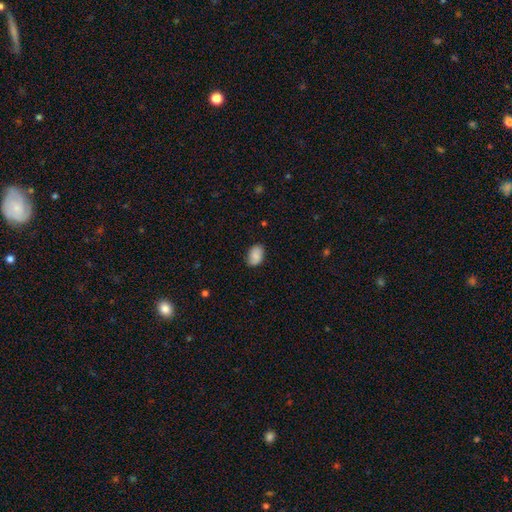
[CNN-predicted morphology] A smooth galaxy with no disk features (84%) that is in between round and cigar-shaped (88%).

Vote fractions:
- Smooth or featured? smooth: 84% / featured or disk: 9% / star or artifact: 7%
- How rounded? in between: 88% / round: 11% / cigar-shaped: 1%
- Merging? none: 82% / minor disturbance: 14% / major disturbance: 3% / merger: 1%